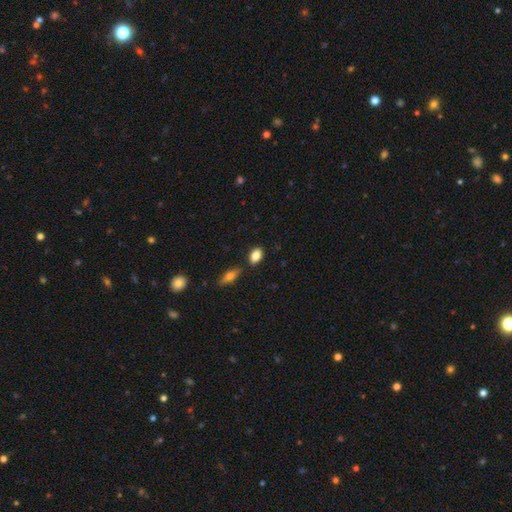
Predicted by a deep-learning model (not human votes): Smooth or featured?
  - smooth: 84% *
  - featured or disk: 9%
  - star or artifact: 8%
How rounded?
  - in between: 87% *
  - round: 9%
  - cigar-shaped: 4%
Merging?
  - none: 81% *
  - minor disturbance: 11%
  - merger: 6%
  - major disturbance: 2%